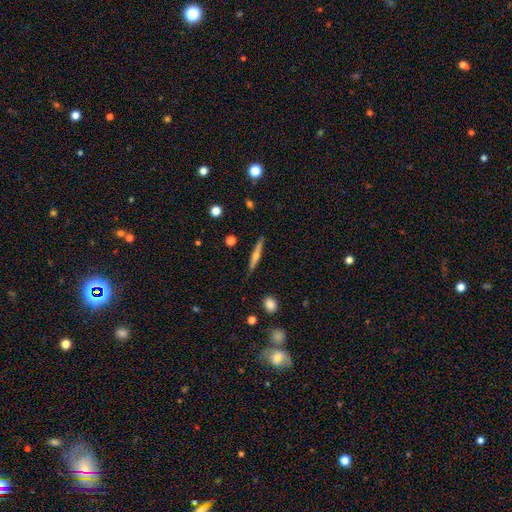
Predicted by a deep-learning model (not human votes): Morphology: type=featured or disk (59%); edge-on=yes (97%); edge-on bulge=rounded (82%); merging=none (89%).